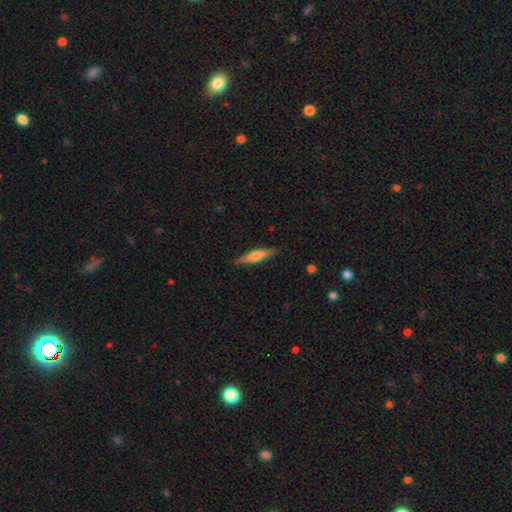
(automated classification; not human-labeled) Overall: smooth (49%; featured or disk 45%). Merging: none (87%).